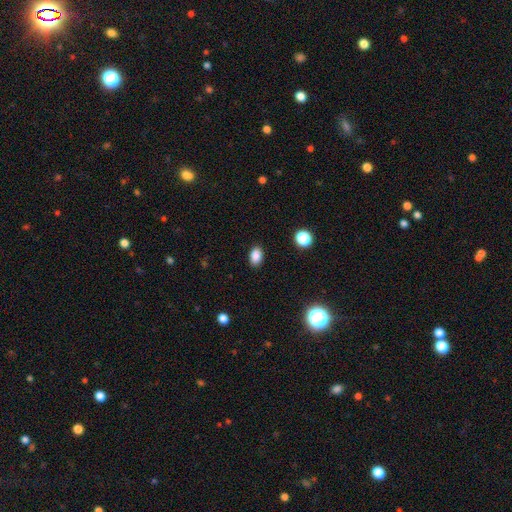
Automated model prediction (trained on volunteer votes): The model was most divided on "how rounded": in between: 84%, round: 14%, cigar-shaped: 1%. More confident: merging — none (89%); smooth or featured — smooth (86%).